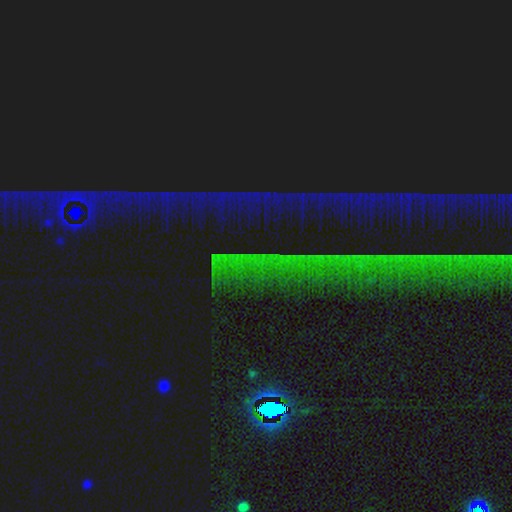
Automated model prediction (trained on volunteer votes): Q: Smooth or featured?
A: star or artifact (85%); runner-up: featured or disk (8%)